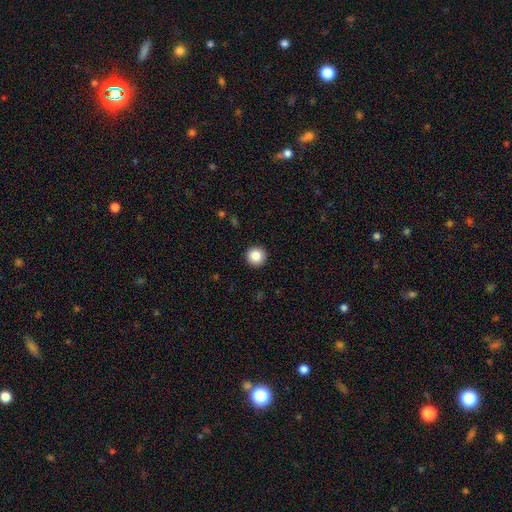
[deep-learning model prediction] Smooth or featured? Predicted: smooth (p=0.86). How rounded? Predicted: round (p=0.96). Merging? Predicted: none (p=0.94).